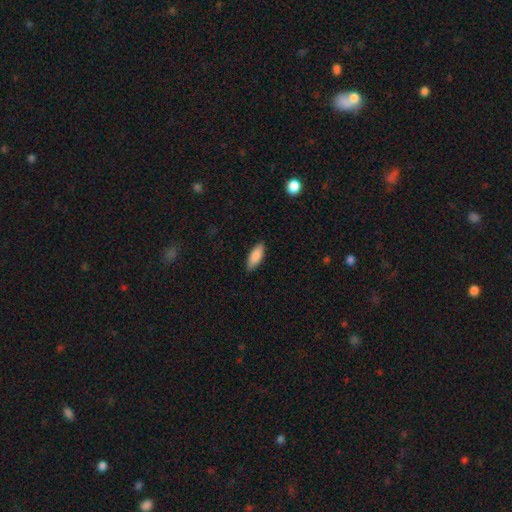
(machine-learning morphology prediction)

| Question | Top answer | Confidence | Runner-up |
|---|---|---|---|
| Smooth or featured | smooth | 88% | featured or disk (7%) |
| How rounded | in between | 76% | cigar-shaped (23%) |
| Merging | none | 87% | minor disturbance (10%) |